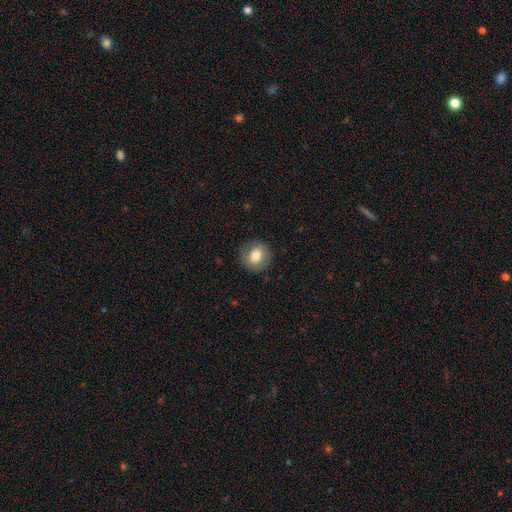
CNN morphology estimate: This is likely a smooth galaxy (75%). How rounded: clearly round (83%). Merging: clearly none (85%).